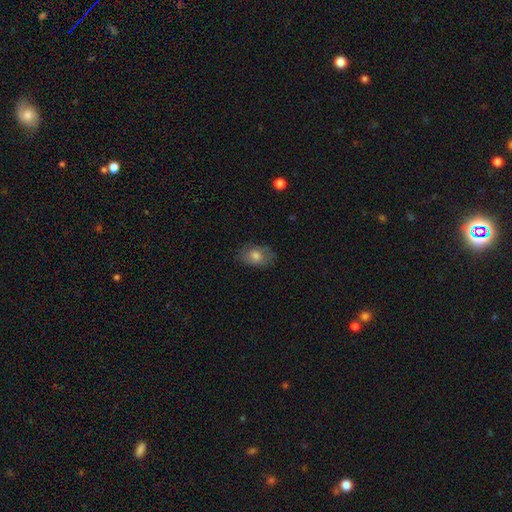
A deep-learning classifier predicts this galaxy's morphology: This is likely a smooth galaxy (74%). How rounded: clearly in between (83%). Merging: likely none (76%).